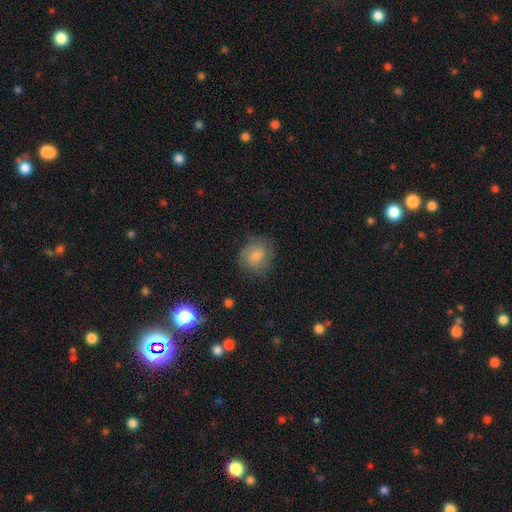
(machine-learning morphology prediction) smooth_or_featured: smooth (p=0.68) [alt: featured or disk p=0.23]
how_rounded: round (p=0.74) [alt: in between p=0.25]
merging: none (p=0.71) [alt: minor disturbance p=0.20]